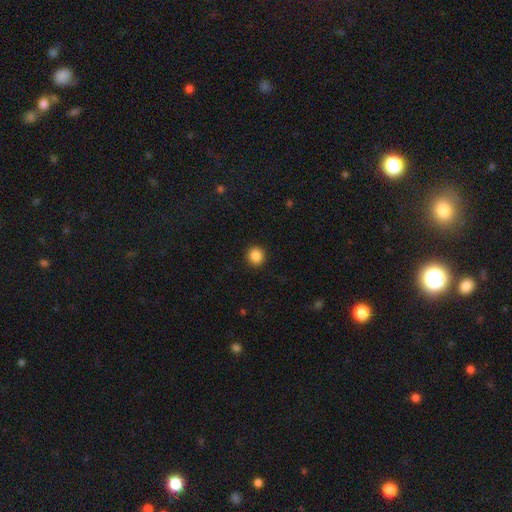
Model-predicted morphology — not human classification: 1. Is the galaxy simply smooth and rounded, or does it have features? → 87% smooth, 10% star or artifact, 3% featured or disk.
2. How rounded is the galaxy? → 93% round, 6% in between, 1% cigar-shaped.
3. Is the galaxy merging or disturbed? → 93% none, 5% minor disturbance, 2% major disturbance, 1% merger.